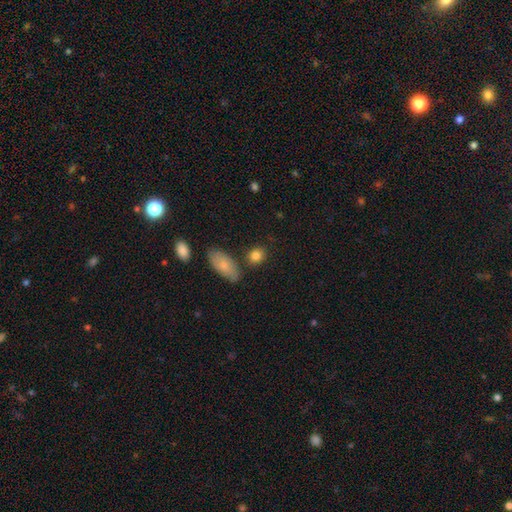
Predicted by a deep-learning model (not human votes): The model was most divided on "how rounded": round: 67%, in between: 31%, cigar-shaped: 2%. More confident: smooth or featured — smooth (84%); merging — none (78%).